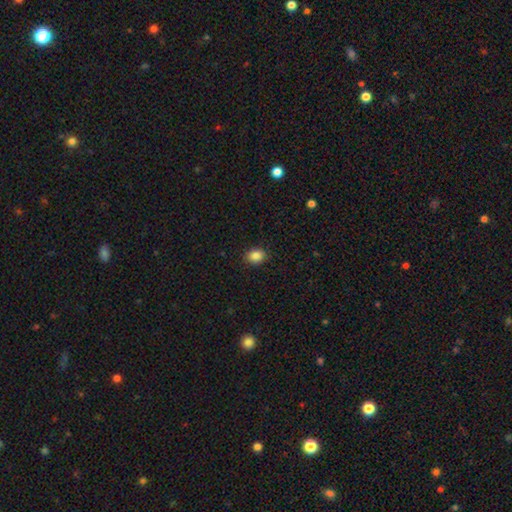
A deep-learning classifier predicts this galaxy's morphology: Smooth or featured? smooth (87%)
How rounded? round (51%)
Merging? none (89%)